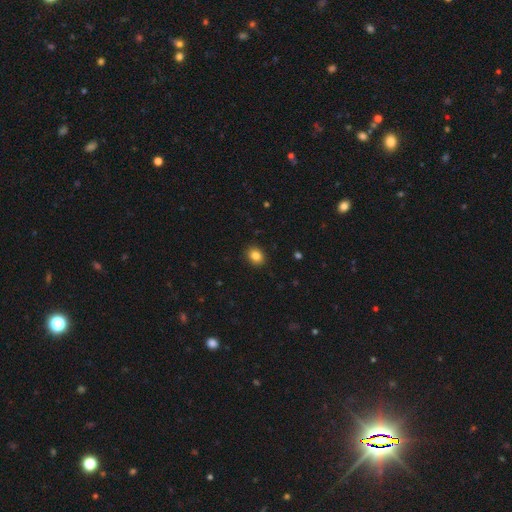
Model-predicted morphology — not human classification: A smooth galaxy with no disk features (84%) that is round (55%). Merging: none (90%).